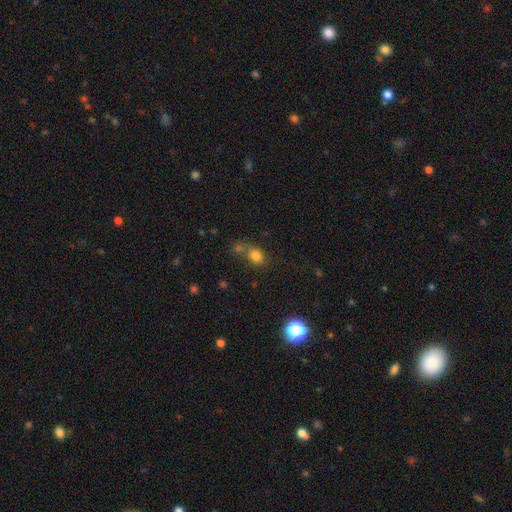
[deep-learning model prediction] Overall: smooth (78%). How rounded: in between (58%; round 40%). Merging: none (40%, tied with merger).